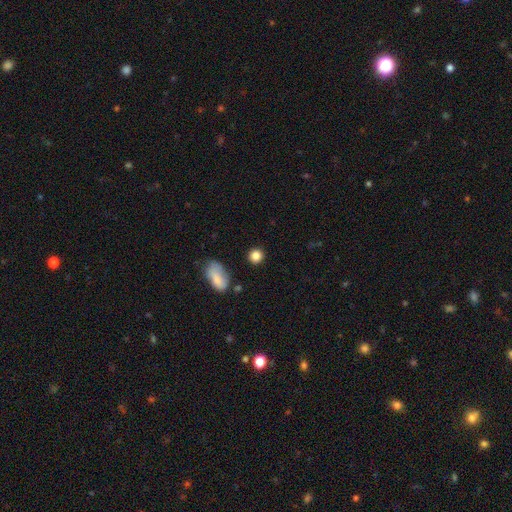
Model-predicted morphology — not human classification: This is clearly a smooth galaxy (85%). How rounded: clearly round (86%). Merging: clearly none (84%).